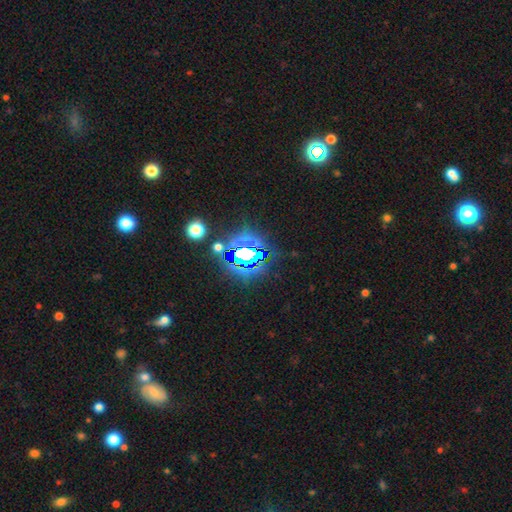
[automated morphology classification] This appears to be a star or artifact, not a galaxy (75%).